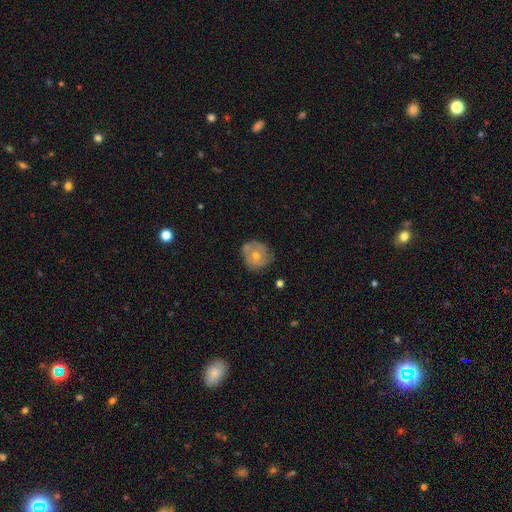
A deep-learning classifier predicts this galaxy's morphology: type=smooth (45%); merging=none (70%).